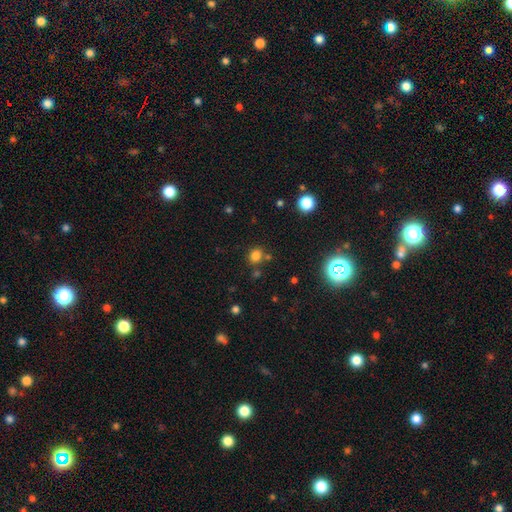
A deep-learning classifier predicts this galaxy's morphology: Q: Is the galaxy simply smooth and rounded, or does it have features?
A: smooth — 78%.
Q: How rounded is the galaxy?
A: round — 81%.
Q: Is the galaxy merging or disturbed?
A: none — 74%.